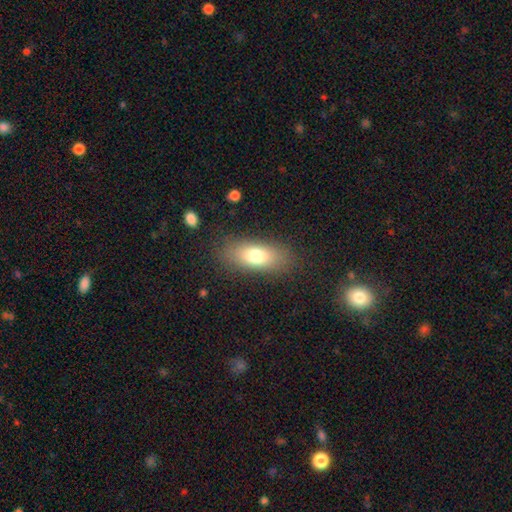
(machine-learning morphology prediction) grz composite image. It shows a smooth galaxy with no disk features (76%) that is in between round and cigar-shaped (80%). Merging: none (83%).